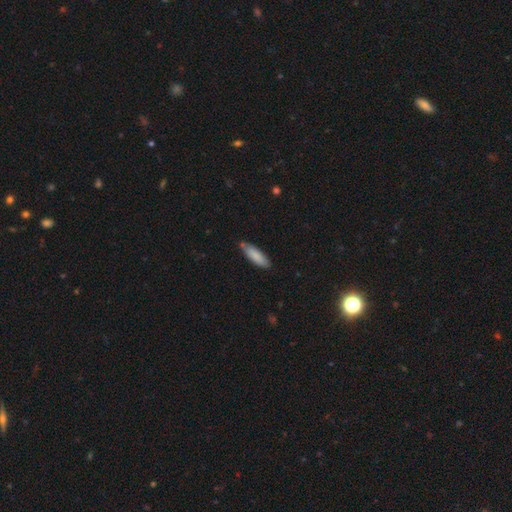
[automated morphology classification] Smooth or featured?
  - smooth: 84% *
  - featured or disk: 10%
  - star or artifact: 6%
How rounded?
  - cigar-shaped: 54% *
  - in between: 45%
  - round: 1%
Merging?
  - none: 76% *
  - minor disturbance: 18%
  - merger: 4%
  - major disturbance: 3%